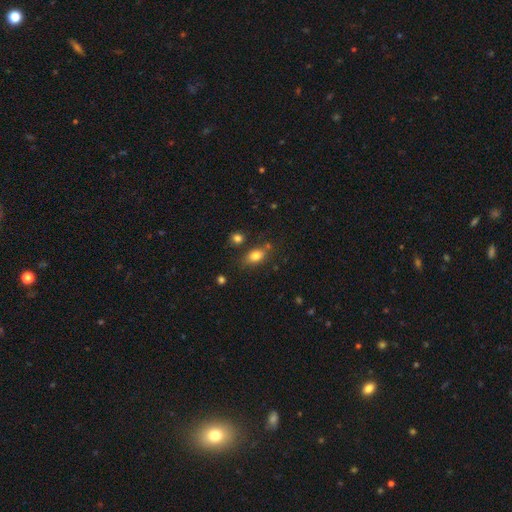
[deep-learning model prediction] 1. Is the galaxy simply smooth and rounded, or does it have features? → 81% smooth, 11% star or artifact, 8% featured or disk.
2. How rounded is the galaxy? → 76% in between, 21% round, 3% cigar-shaped.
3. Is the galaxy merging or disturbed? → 70% none, 17% minor disturbance, 9% merger, 4% major disturbance.